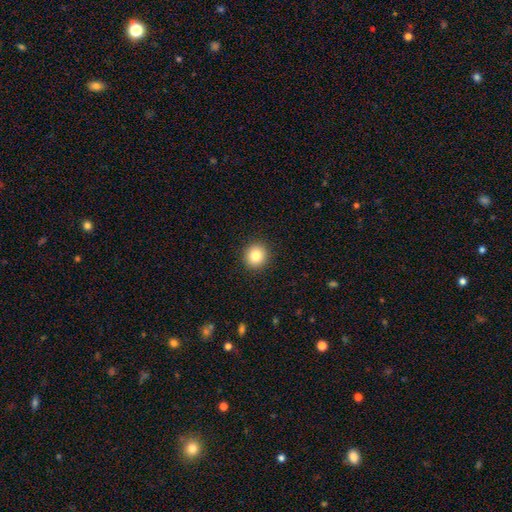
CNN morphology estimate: Smooth or featured? Predicted: smooth (p=0.84). How rounded? Predicted: round (p=0.91). Merging? Predicted: none (p=0.92).